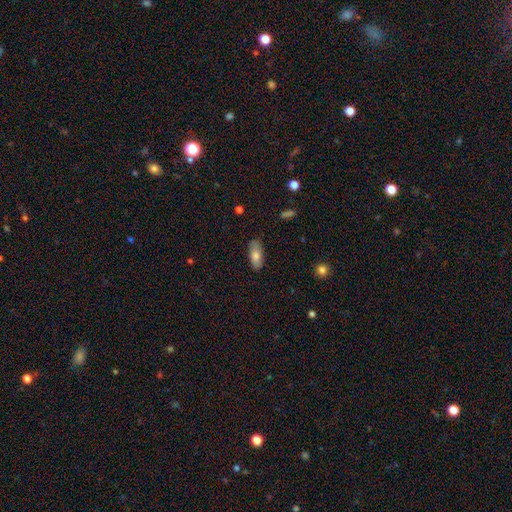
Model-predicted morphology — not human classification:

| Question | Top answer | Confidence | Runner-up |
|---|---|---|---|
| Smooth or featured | smooth | 78% | featured or disk (15%) |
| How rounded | in between | 82% | cigar-shaped (16%) |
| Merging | none | 82% | minor disturbance (14%) |